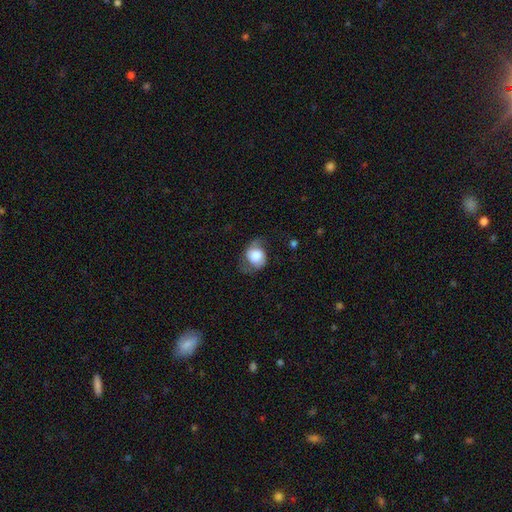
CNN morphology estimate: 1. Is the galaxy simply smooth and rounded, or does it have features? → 61% smooth, 31% featured or disk, 8% star or artifact.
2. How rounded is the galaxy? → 57% round, 42% in between, 1% cigar-shaped.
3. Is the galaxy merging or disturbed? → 45% none, 31% minor disturbance, 22% major disturbance, 2% merger.